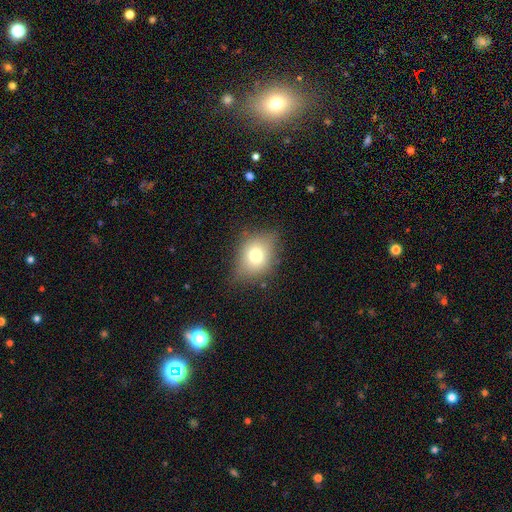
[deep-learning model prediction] Smooth or featured? Predicted: smooth (p=0.72). How rounded? Predicted: in between (p=0.55). Merging? Predicted: none (p=0.69).